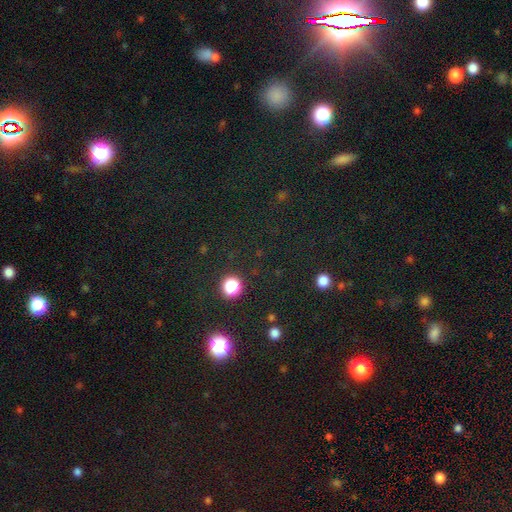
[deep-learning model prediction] Smooth or featured?
  - star or artifact: 75% *
  - smooth: 18%
  - featured or disk: 8%